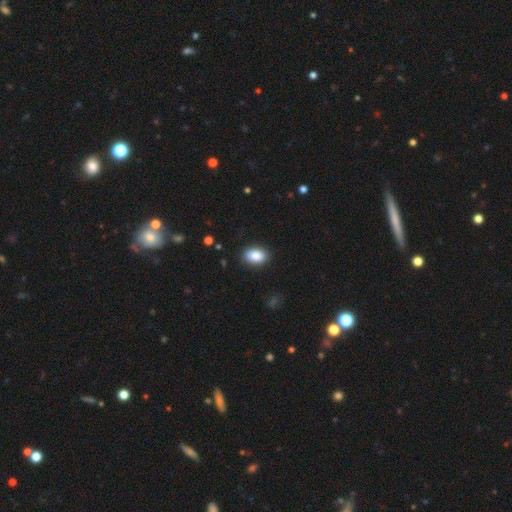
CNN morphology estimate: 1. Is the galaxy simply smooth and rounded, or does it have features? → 88% smooth, 7% star or artifact, 5% featured or disk.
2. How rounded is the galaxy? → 89% in between, 10% round, 1% cigar-shaped.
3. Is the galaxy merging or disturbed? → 88% none, 9% minor disturbance, 2% major disturbance, 1% merger.